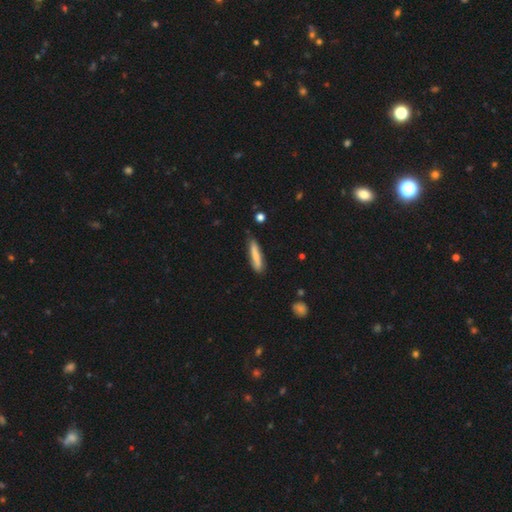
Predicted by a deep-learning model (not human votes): Overall: smooth (78%). How rounded: cigar-shaped (87%). Merging: none (78%).